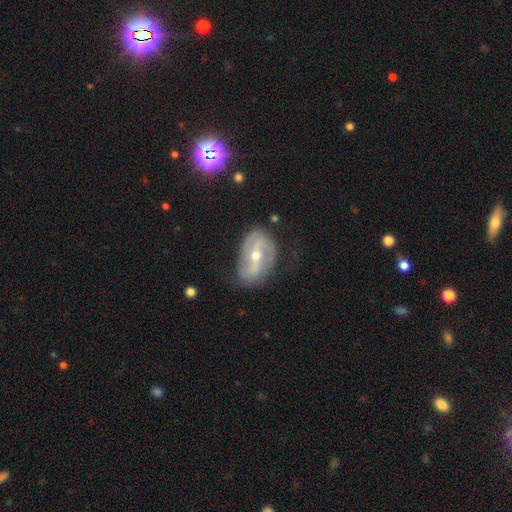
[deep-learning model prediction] Overall: featured or disk (82%). Edge-on disk: no (94%). Bar: strong (47%; weak 34%). Spiral arms: yes (88%). Spiral arm count: 2 (79%). Spiral winding: loose (40%; medium 38%). Bulge size: small (49%; moderate 48%). Merging: none (71%).